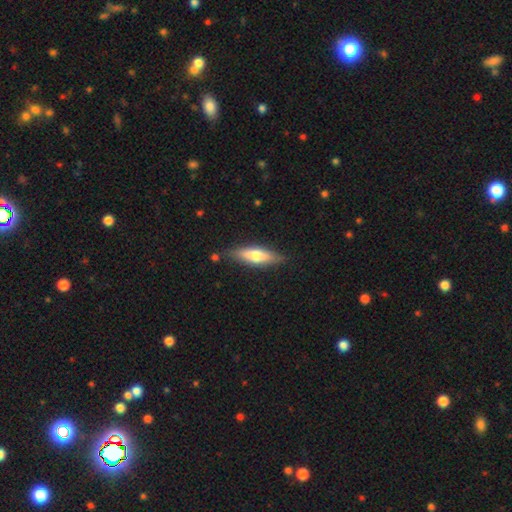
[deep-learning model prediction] This appears to be a smooth galaxy with no disk features (58%) that is cigar-shaped (60%). Merging: none (82%).